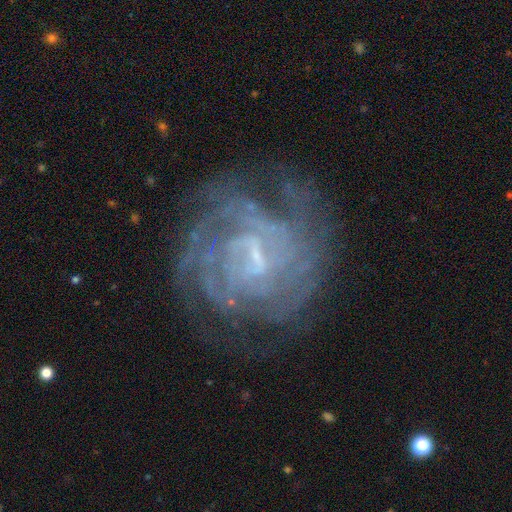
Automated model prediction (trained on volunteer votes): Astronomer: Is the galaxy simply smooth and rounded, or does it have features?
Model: featured or disk — 85%.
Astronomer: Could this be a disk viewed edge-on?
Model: no — 97%.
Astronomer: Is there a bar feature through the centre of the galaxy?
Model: weak — 58%.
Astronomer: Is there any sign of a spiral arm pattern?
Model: yes — 92%.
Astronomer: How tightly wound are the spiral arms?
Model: tight — 68%.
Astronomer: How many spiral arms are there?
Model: can't tell — 43%.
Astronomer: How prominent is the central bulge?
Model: small — 63%.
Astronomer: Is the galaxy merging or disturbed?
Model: none — 69%.